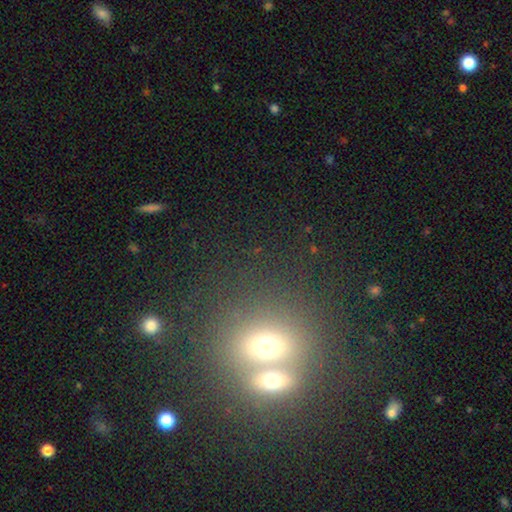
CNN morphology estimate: Smooth or featured?
  - smooth: 53% *
  - featured or disk: 24%
  - star or artifact: 23%
How rounded?
  - round: 51% *
  - in between: 44%
  - cigar-shaped: 4%
Merging?
  - merger: 52% *
  - none: 36%
  - minor disturbance: 7%
  - major disturbance: 4%